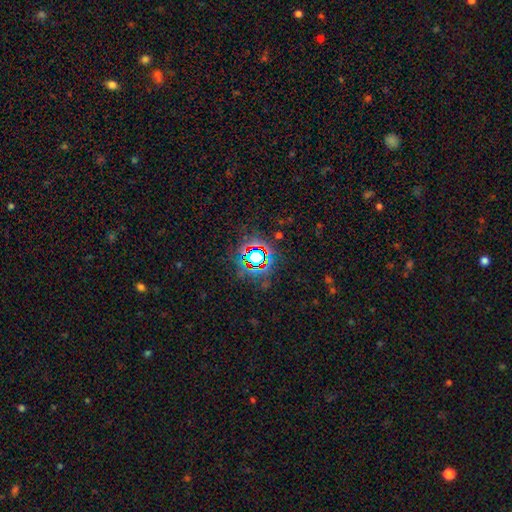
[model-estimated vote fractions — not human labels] Smooth or featured? star or artifact (71%)